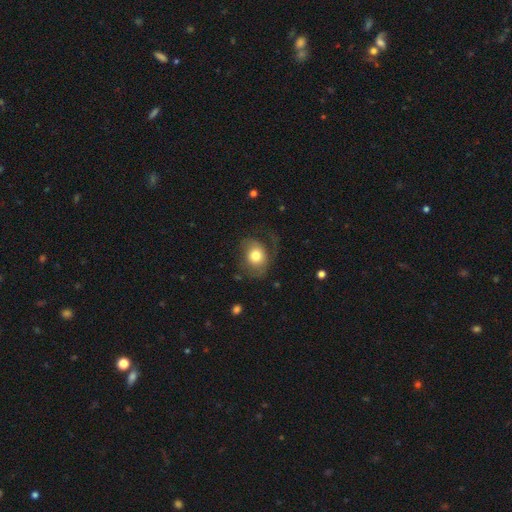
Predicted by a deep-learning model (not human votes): Smooth or featured?
  - smooth: 62% *
  - featured or disk: 30%
  - star or artifact: 8%
How rounded?
  - round: 54% *
  - in between: 45%
  - cigar-shaped: 1%
Merging?
  - none: 44% *
  - major disturbance: 32%
  - minor disturbance: 23%
  - merger: 2%